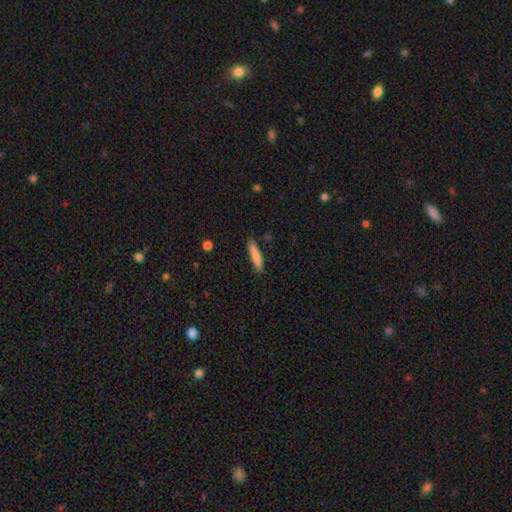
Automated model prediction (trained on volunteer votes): smooth 81%, featured or disk 13%, star or artifact 6%. Down the decision tree: how rounded — cigar-shaped (88%); merging — none (86%).